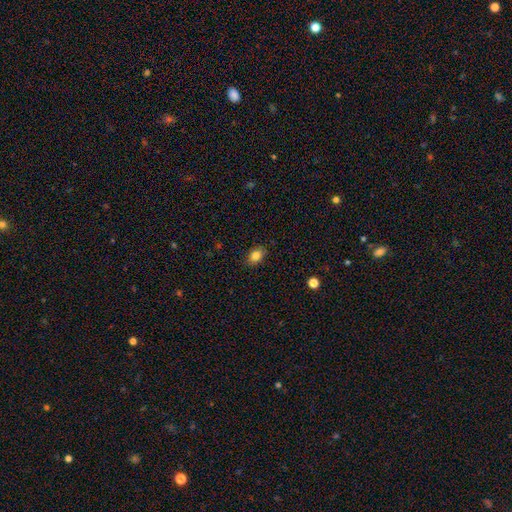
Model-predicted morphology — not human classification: A smooth galaxy with no disk features (84%) that is in between round and cigar-shaped (78%).

Vote fractions:
- Smooth or featured? smooth: 84% / star or artifact: 9% / featured or disk: 7%
- How rounded? in between: 78% / round: 20% / cigar-shaped: 1%
- Merging? none: 86% / minor disturbance: 10% / major disturbance: 2% / merger: 1%